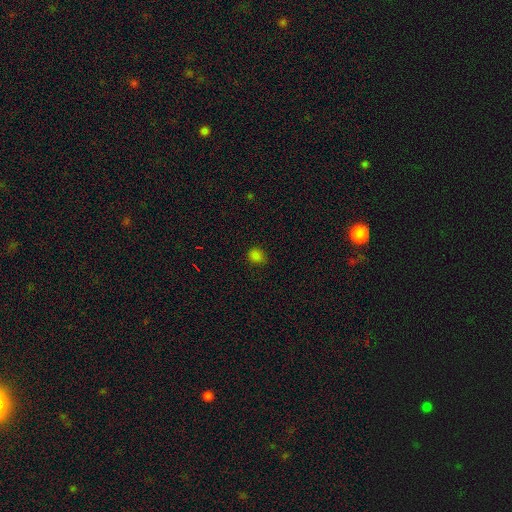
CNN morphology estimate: Smooth or featured?
  - smooth: 79% *
  - star or artifact: 17%
  - featured or disk: 3%
How rounded?
  - round: 73% *
  - in between: 26%
  - cigar-shaped: 1%
Merging?
  - none: 83% *
  - minor disturbance: 13%
  - major disturbance: 3%
  - merger: 1%